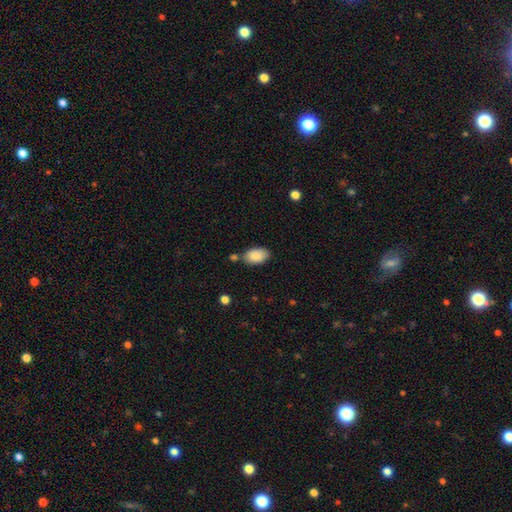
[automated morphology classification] smooth 88%, star or artifact 7%, featured or disk 5%. Down the decision tree: how rounded — in between (94%); merging — none (74%).